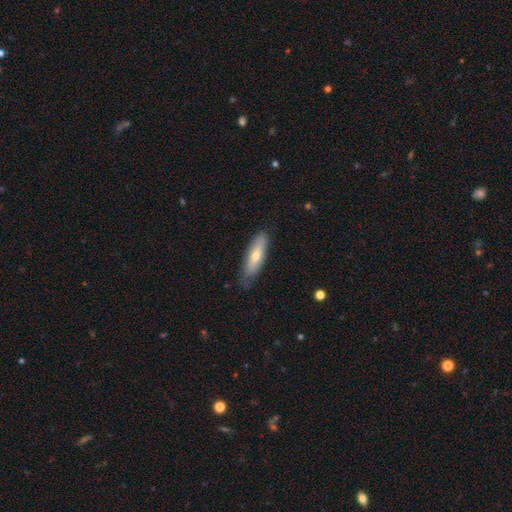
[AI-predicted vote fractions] The model was most divided on "how rounded": cigar-shaped: 51%, in between: 47%, round: 2%. More confident: merging — none (73%); smooth or featured — smooth (66%).